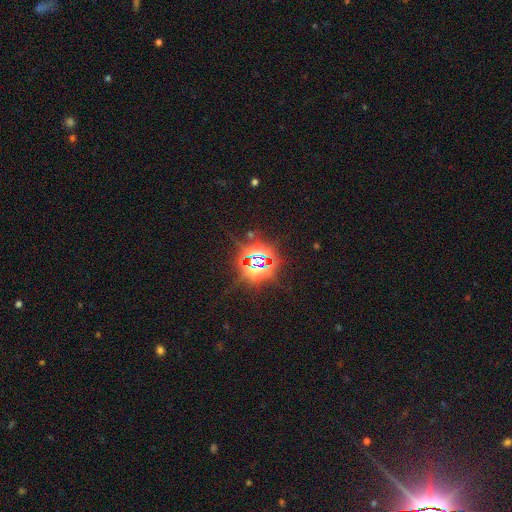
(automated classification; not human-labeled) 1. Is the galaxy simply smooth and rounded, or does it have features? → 83% star or artifact, 8% smooth, 8% featured or disk.